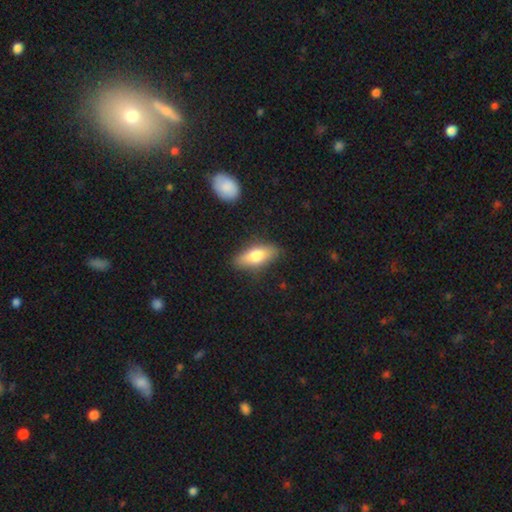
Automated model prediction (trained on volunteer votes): smooth-or-featured: smooth: 70% | featured or disk: 24% | star or artifact: 6%
  how-rounded: in between: 71% | cigar-shaped: 25% | round: 3%
  merging: none: 84% | minor disturbance: 12% | major disturbance: 3% | merger: 2%